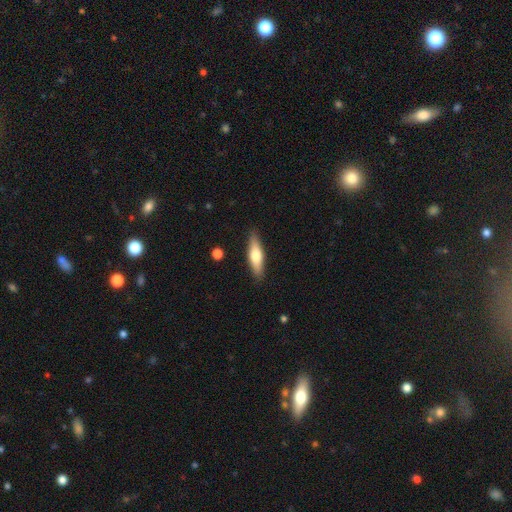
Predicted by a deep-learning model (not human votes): A smooth galaxy with no disk features (61%) that is cigar-shaped (61%).

Vote fractions:
- Smooth or featured? smooth: 61% / featured or disk: 33% / star or artifact: 6%
- How rounded? cigar-shaped: 61% / in between: 37% / round: 2%
- Merging? none: 88% / minor disturbance: 9% / major disturbance: 2% / merger: 1%